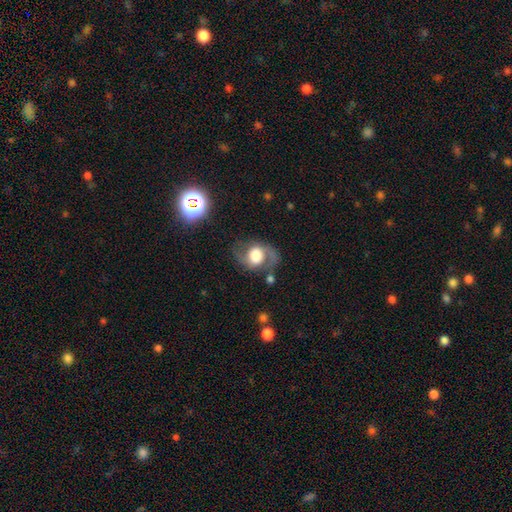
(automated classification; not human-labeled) Smooth or featured? Predicted: featured or disk (p=0.69). Edge-on disk? Predicted: no (p=0.97). Bar? Predicted: no (p=0.57). Spiral arms? Predicted: yes (p=0.87). Spiral winding? Predicted: medium (p=0.48). Spiral arm count? Predicted: 2 (p=0.90). Bulge size? Predicted: large (p=0.52). Merging? Predicted: none (p=0.68).